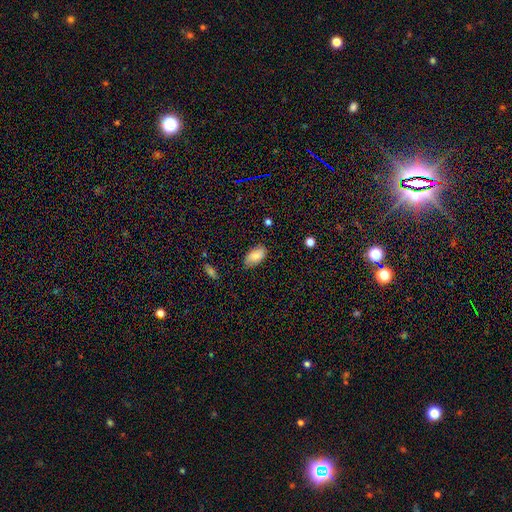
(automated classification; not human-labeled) smooth 85%, featured or disk 8%, star or artifact 7%. Down the decision tree: how rounded — in between (94%); merging — none (80%).